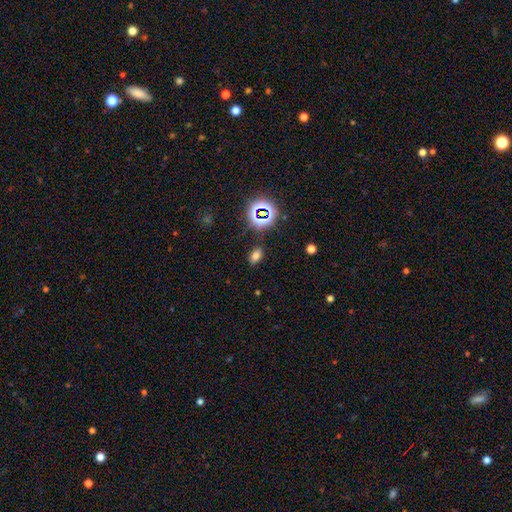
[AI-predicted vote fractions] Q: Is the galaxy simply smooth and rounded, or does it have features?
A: smooth — 66%.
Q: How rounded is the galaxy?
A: in between — 83%.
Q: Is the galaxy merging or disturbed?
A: none — 84%.